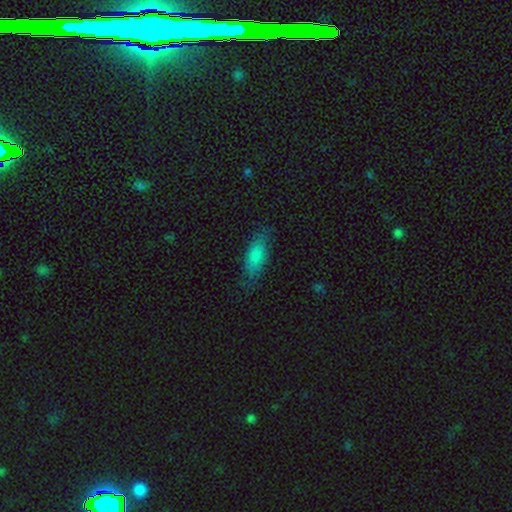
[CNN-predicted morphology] Smooth or featured?
  - smooth: 81% *
  - featured or disk: 12%
  - star or artifact: 7%
How rounded?
  - in between: 67% *
  - cigar-shaped: 31%
  - round: 2%
Merging?
  - none: 78% *
  - minor disturbance: 17%
  - major disturbance: 4%
  - merger: 1%